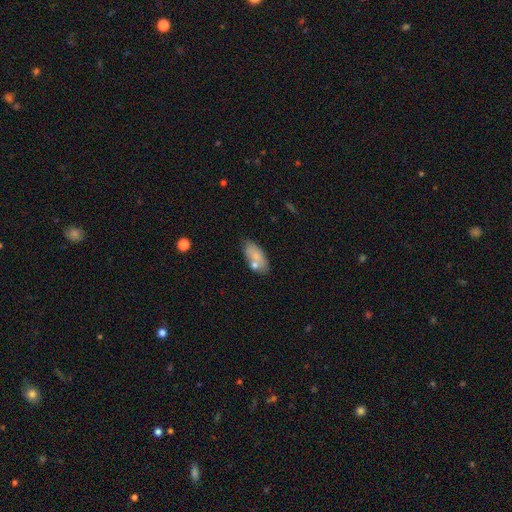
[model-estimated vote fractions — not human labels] A smooth galaxy with no disk features (73%) that is in between round and cigar-shaped (90%).

Vote fractions:
- Smooth or featured? smooth: 73% / featured or disk: 20% / star or artifact: 7%
- How rounded? in between: 90% / cigar-shaped: 7% / round: 3%
- Merging? none: 61% / minor disturbance: 19% / merger: 15% / major disturbance: 5%